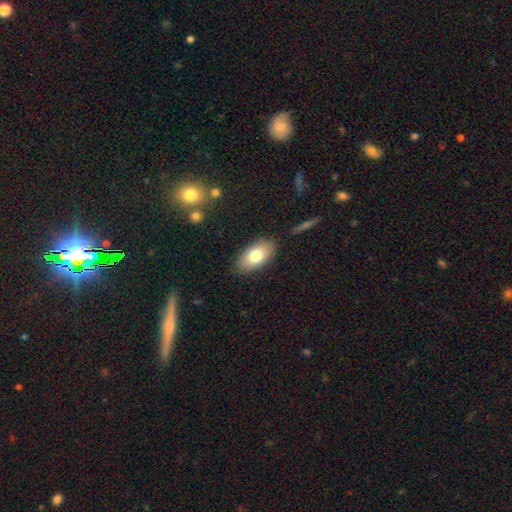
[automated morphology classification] Smooth or featured: smooth — 76% (featured or disk — 16%)
How rounded: in between — 92% (round — 6%)
Merging: none — 85% (minor disturbance — 11%)